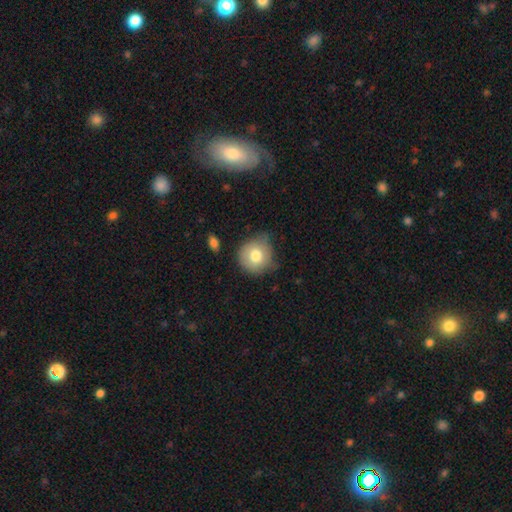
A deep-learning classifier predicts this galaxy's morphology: Overall: smooth (76%). How rounded: round (89%). Merging: none (62%; minor disturbance 28%).